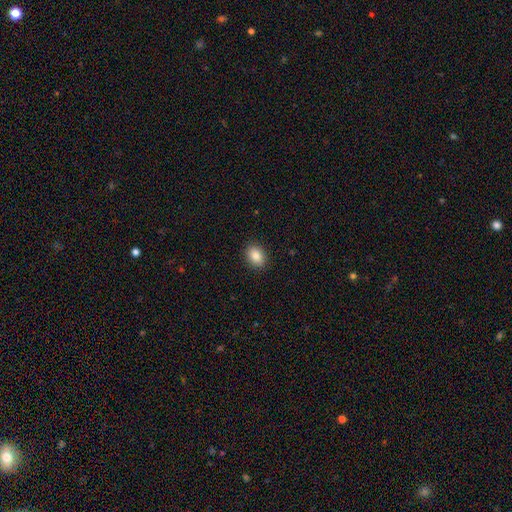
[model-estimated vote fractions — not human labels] This is clearly a smooth galaxy (86%). How rounded: likely in between (67%). Merging: clearly none (90%).